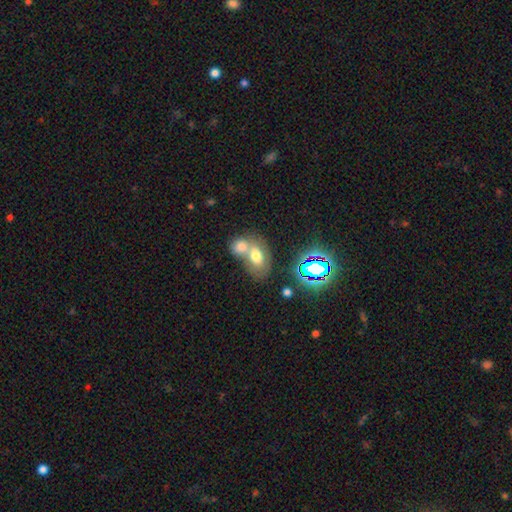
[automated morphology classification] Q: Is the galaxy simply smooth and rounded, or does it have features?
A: smooth — 65%.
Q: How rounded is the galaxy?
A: in between — 75%.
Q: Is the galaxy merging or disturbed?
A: merger — 63%.